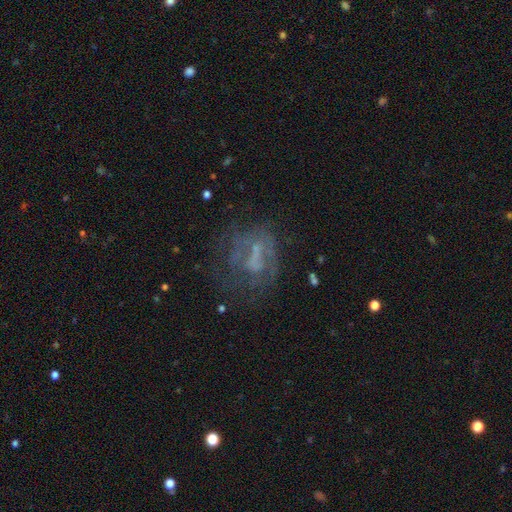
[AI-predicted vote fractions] This appears to be a featured or disk galaxy (59%) with no bar (52%), no spiral arms (60%) and no central bulge (57%). Merging: none (48%).